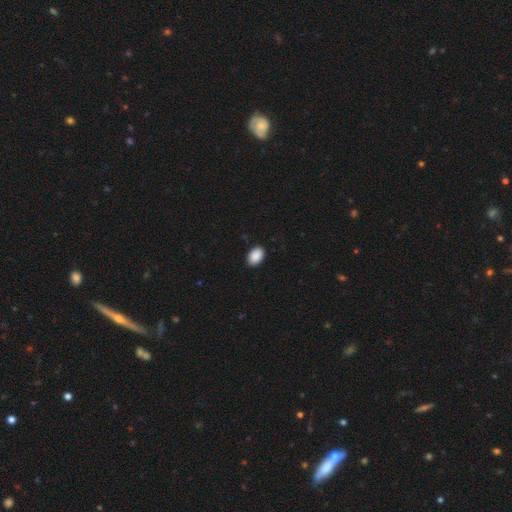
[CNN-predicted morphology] smooth-or-featured: smooth: 90% | star or artifact: 7% | featured or disk: 3%
  how-rounded: in between: 88% | round: 11% | cigar-shaped: 1%
  merging: none: 88% | minor disturbance: 9% | major disturbance: 2% | merger: 1%